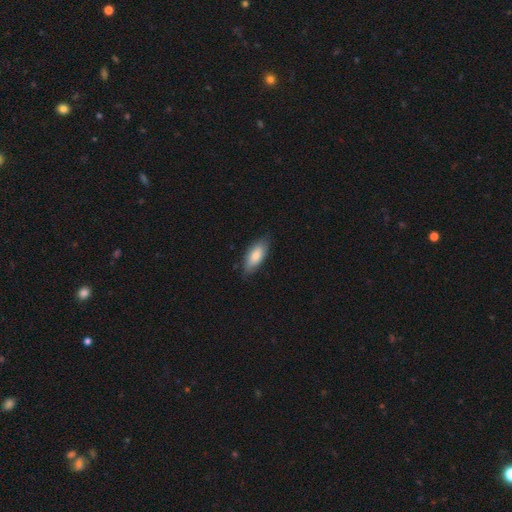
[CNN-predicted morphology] smooth 79%, featured or disk 16%, star or artifact 6%. Down the decision tree: how rounded — in between (77%); merging — none (79%).